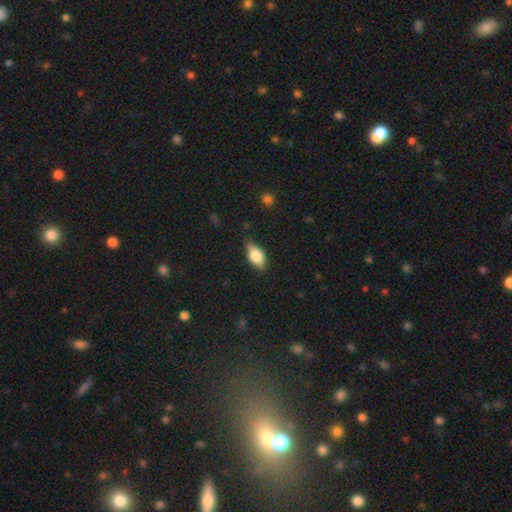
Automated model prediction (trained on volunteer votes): Smooth or featured: smooth — 68% (featured or disk — 25%)
How rounded: in between — 85% (cigar-shaped — 10%)
Merging: none — 79% (minor disturbance — 16%)